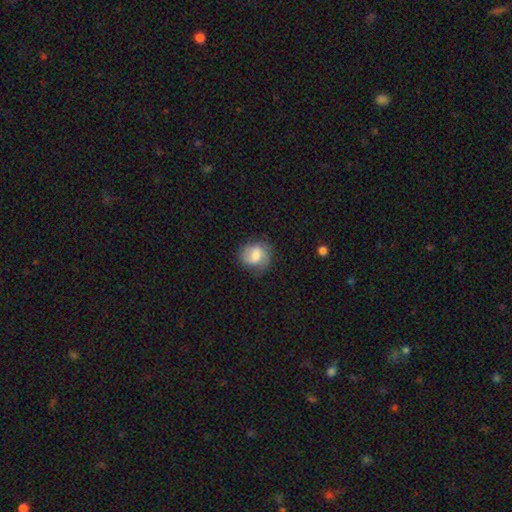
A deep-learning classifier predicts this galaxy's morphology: This is possibly a smooth galaxy (54%). How rounded: likely round (65%). Merging: likely none (63%).